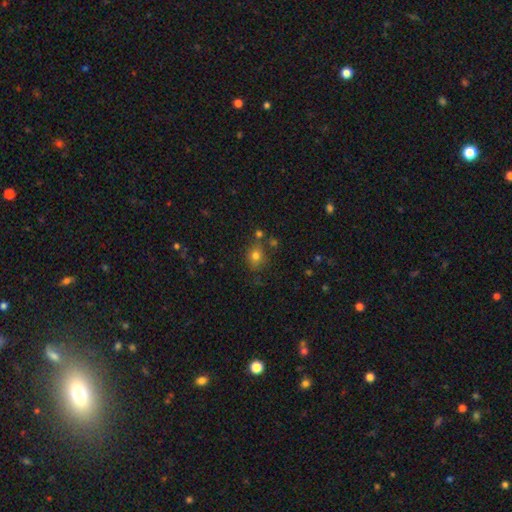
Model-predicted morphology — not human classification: Smooth or featured: smooth — 76% (star or artifact — 15%)
How rounded: round — 64% (in between — 35%)
Merging: none — 70% (minor disturbance — 15%)